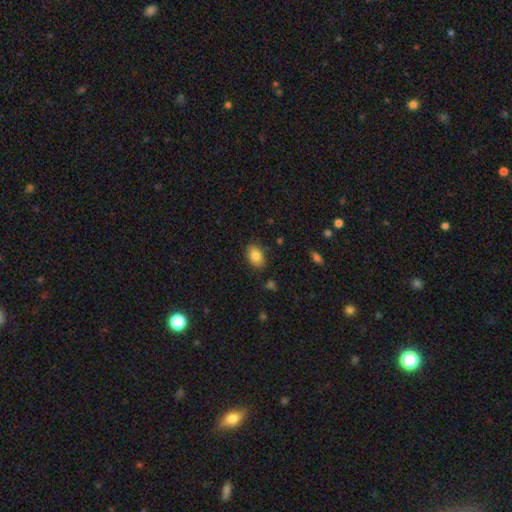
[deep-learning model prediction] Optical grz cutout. It shows a smooth galaxy with no disk features (86%) that is in between round and cigar-shaped (84%). Merging: none (83%).